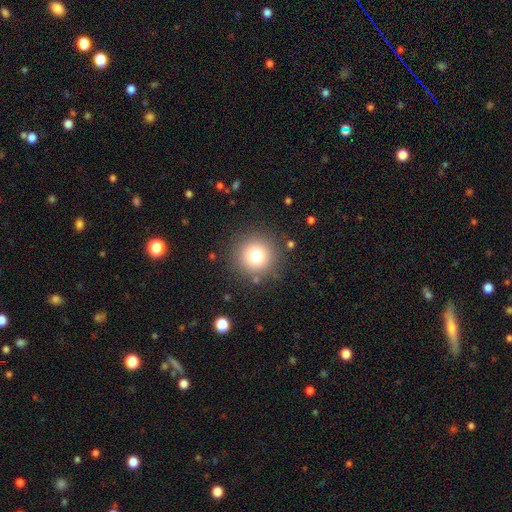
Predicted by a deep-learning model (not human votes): smooth_or_featured: smooth (p=0.75) [alt: star or artifact p=0.15]
how_rounded: round (p=0.96) [alt: in between p=0.03]
merging: none (p=0.87) [alt: minor disturbance p=0.07]